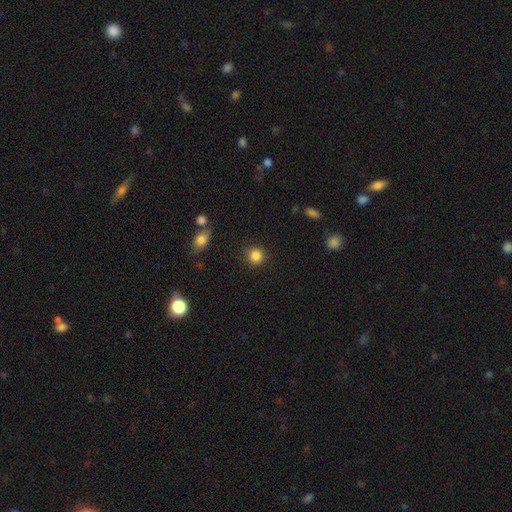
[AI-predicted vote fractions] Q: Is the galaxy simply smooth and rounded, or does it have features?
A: smooth — 86%.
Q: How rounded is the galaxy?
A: round — 90%.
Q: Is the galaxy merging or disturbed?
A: none — 88%.